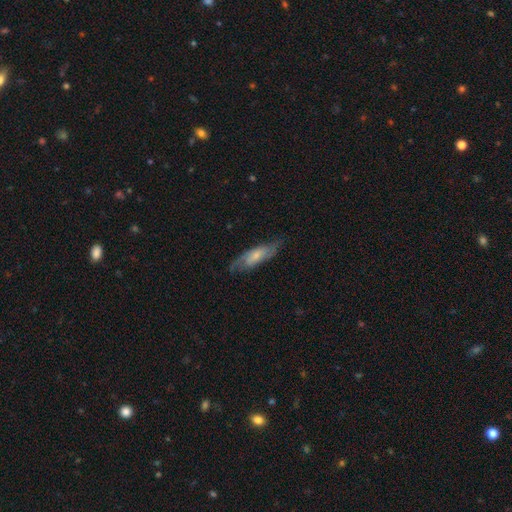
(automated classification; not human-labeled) Smooth or featured? featured or disk (52%)
Edge-on disk? no (73%)
Merging? none (69%)